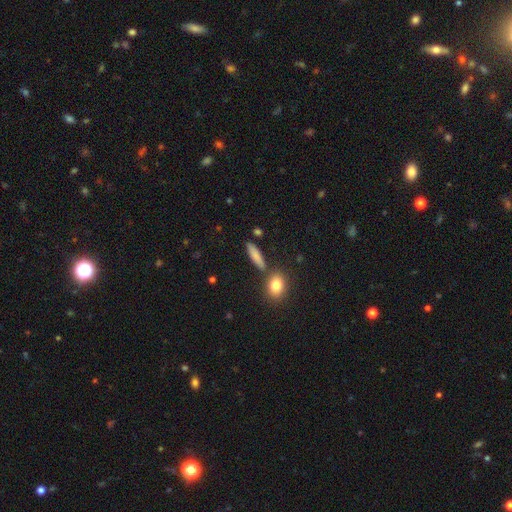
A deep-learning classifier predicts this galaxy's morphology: type=smooth (80%); roundness=cigar-shaped (65%); merging=none (80%).